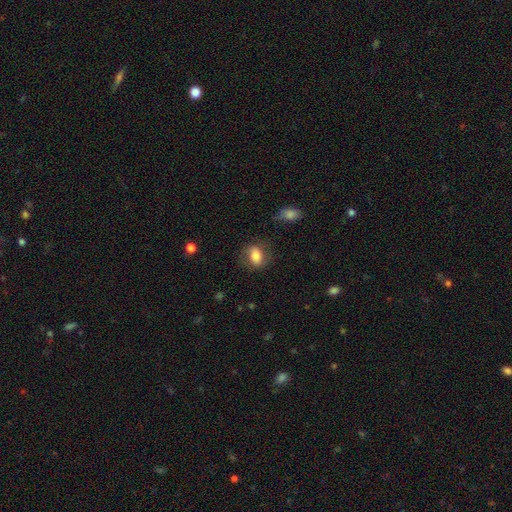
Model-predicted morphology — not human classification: Q: Smooth or featured?
A: smooth (72%); runner-up: featured or disk (20%)
Q: How rounded?
A: in between (68%); runner-up: round (30%)
Q: Merging?
A: none (71%); runner-up: minor disturbance (18%)